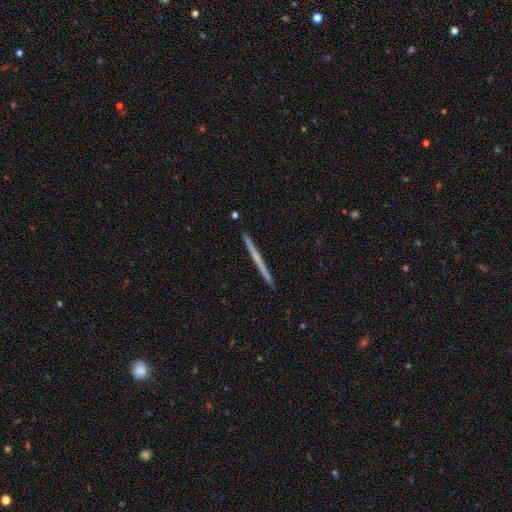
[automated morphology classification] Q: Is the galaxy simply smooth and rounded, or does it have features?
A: featured or disk — 63%.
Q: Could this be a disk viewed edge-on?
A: yes — 98%.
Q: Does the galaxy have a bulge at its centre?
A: none — 69%.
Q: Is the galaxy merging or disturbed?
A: none — 93%.